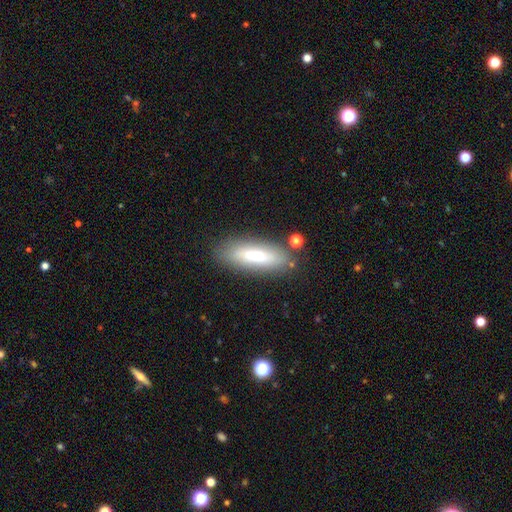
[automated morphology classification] Q: Smooth or featured?
A: smooth (64%); runner-up: featured or disk (26%)
Q: How rounded?
A: cigar-shaped (54%); runner-up: in between (43%)
Q: Merging?
A: none (82%); runner-up: minor disturbance (12%)